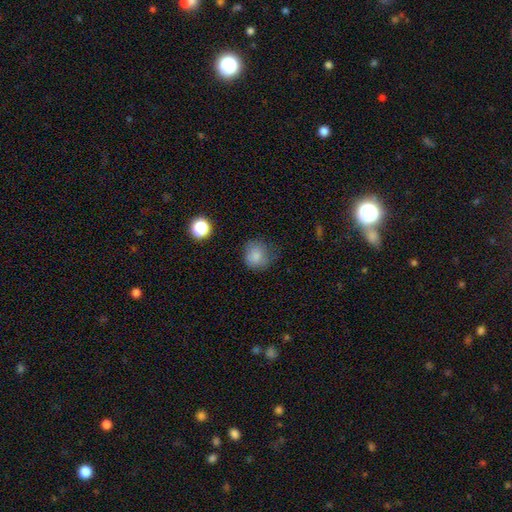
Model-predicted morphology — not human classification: type=smooth (81%); roundness=round (81%); merging=none (56%).